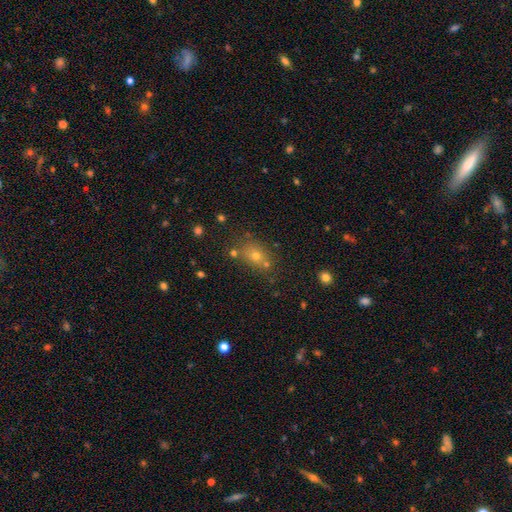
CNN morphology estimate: The model was most divided on "how rounded": round: 50%, in between: 48%, cigar-shaped: 2%. More confident: merging — none (71%); smooth or featured — smooth (64%).